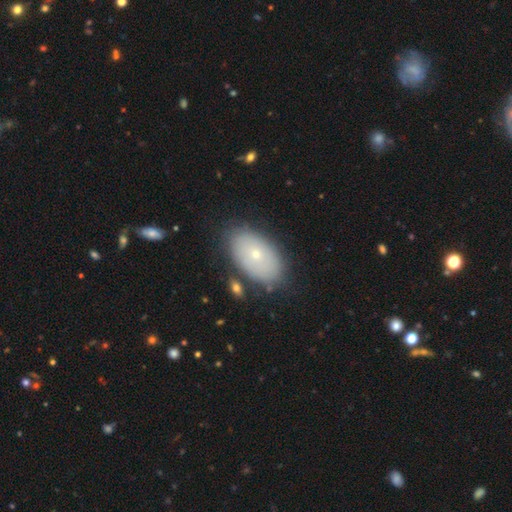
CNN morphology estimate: smooth_or_featured: smooth (p=0.63) [alt: featured or disk p=0.29]
how_rounded: in between (p=0.92) [alt: round p=0.07]
merging: none (p=0.81) [alt: minor disturbance p=0.12]